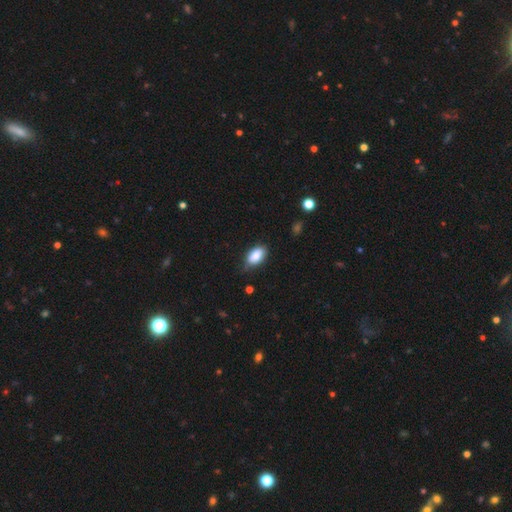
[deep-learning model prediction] Overall: smooth (84%). How rounded: in between (92%). Merging: none (66%; minor disturbance 28%).